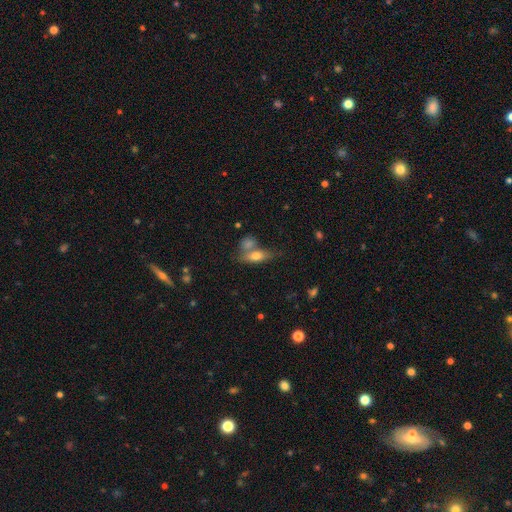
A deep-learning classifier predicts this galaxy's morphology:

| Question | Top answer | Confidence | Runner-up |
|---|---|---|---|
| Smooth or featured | smooth | 66% | featured or disk (26%) |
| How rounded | in between | 62% | cigar-shaped (33%) |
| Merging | none | 43% | merger (37%) |